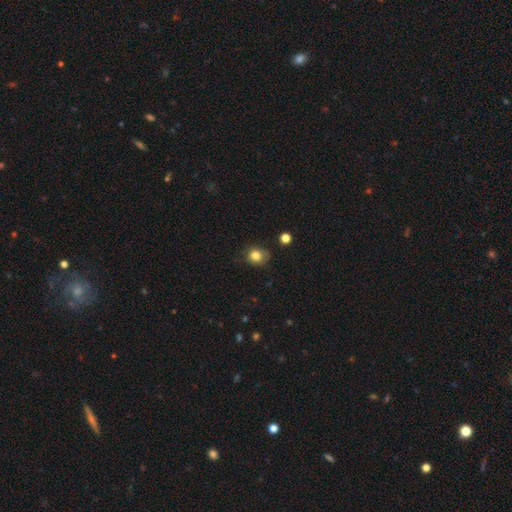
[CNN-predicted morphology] Smooth or featured? smooth (80%)
How rounded? round (66%)
Merging? none (66%)